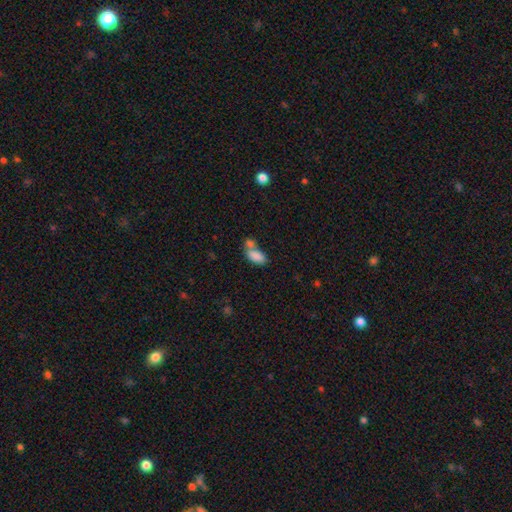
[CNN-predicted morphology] type=smooth (84%); roundness=in between (91%); merging=merger (48%).